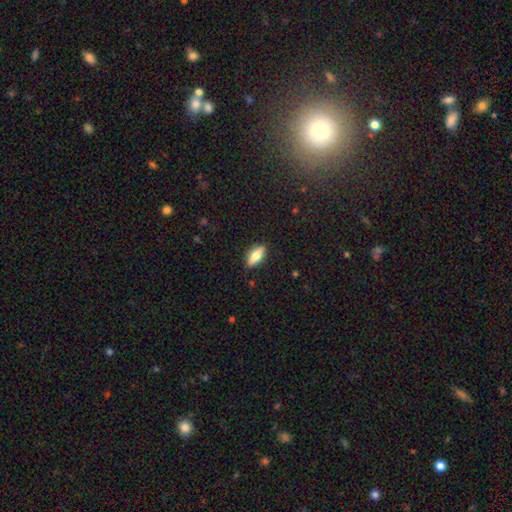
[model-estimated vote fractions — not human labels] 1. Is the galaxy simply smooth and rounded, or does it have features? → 68% smooth, 25% featured or disk, 7% star or artifact.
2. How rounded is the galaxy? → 71% in between, 26% cigar-shaped, 3% round.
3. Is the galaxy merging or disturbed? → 87% none, 9% minor disturbance, 2% major disturbance, 1% merger.